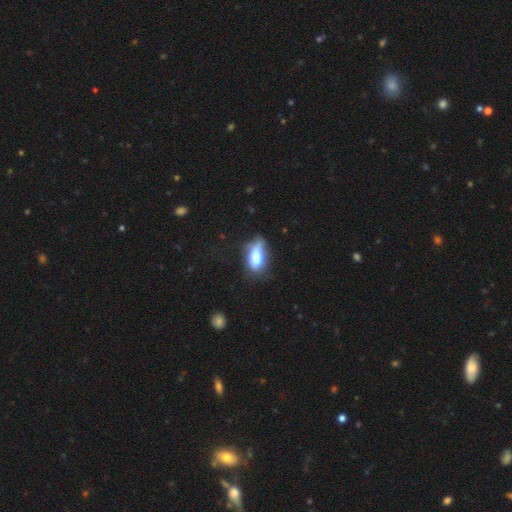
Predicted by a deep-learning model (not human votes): A smooth galaxy with no disk features (75%) that is in between round and cigar-shaped (87%).

Vote fractions:
- Smooth or featured? smooth: 75% / featured or disk: 16% / star or artifact: 9%
- How rounded? in between: 87% / cigar-shaped: 9% / round: 5%
- Merging? none: 37% (tied) / minor disturbance: 37% (tied) / major disturbance: 20% / merger: 6%